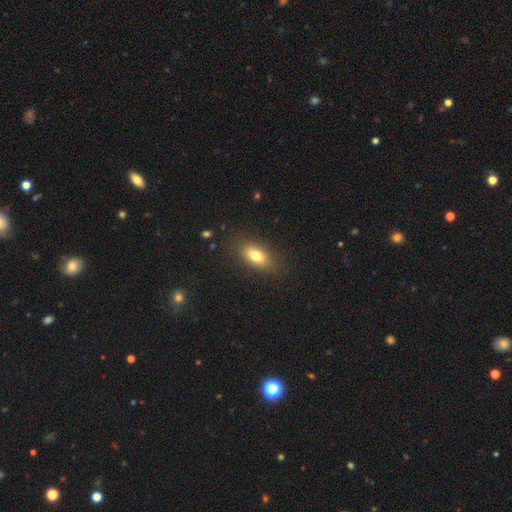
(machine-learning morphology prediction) Q: Smooth or featured?
A: smooth (77%); runner-up: featured or disk (14%)
Q: How rounded?
A: in between (86%); runner-up: round (8%)
Q: Merging?
A: none (85%); runner-up: minor disturbance (10%)